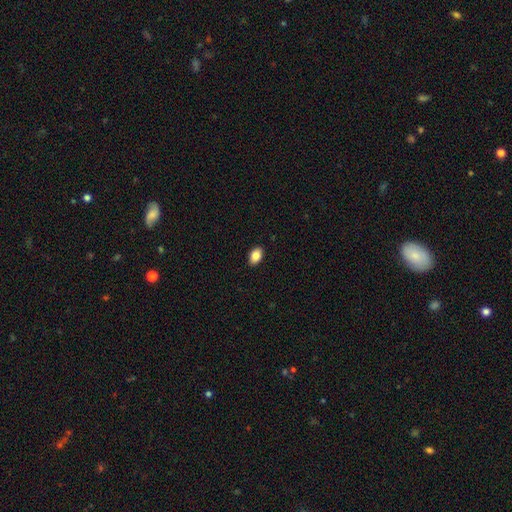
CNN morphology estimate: smooth 87%, star or artifact 8%, featured or disk 5%. Down the decision tree: how rounded — in between (89%); merging — none (89%).